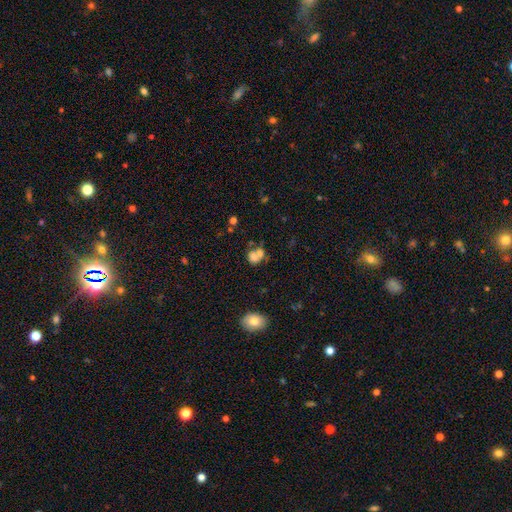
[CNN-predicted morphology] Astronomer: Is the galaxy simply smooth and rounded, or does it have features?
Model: smooth — 69%.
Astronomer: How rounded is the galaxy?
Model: round — 55% (runner-up: in between, 43%).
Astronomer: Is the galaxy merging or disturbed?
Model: merger — 53% (runner-up: none, 30%).